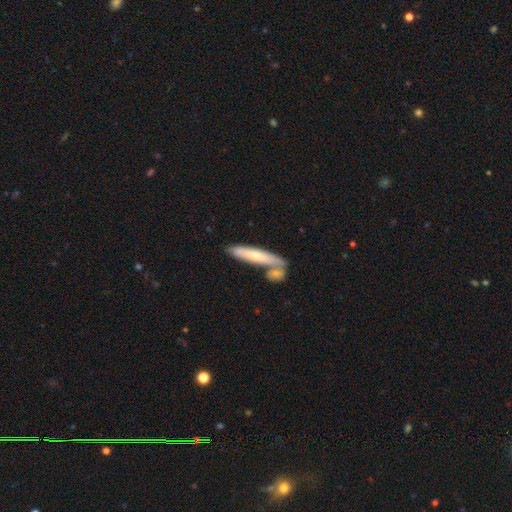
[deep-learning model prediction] A smooth galaxy with no disk features (59%) that is cigar-shaped (85%).

Vote fractions:
- Smooth or featured? smooth: 59% / featured or disk: 36% / star or artifact: 5%
- How rounded? cigar-shaped: 85% / in between: 14% / round: 2%
- Merging? none: 54% / merger: 29% / minor disturbance: 13% / major disturbance: 4%